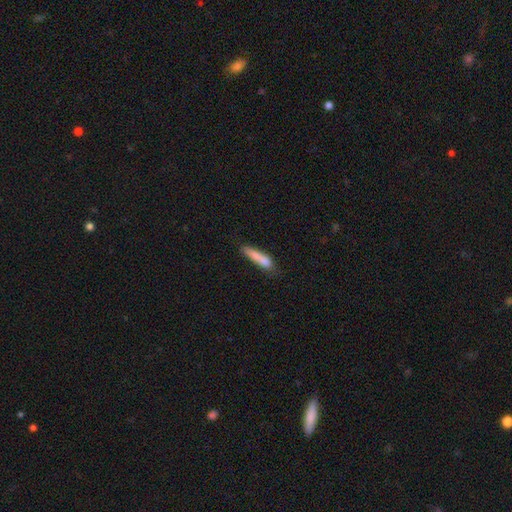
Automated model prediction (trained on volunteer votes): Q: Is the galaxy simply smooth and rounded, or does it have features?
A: smooth — 77%.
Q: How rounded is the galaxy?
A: cigar-shaped — 86%.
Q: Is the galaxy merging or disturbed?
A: none — 61%.